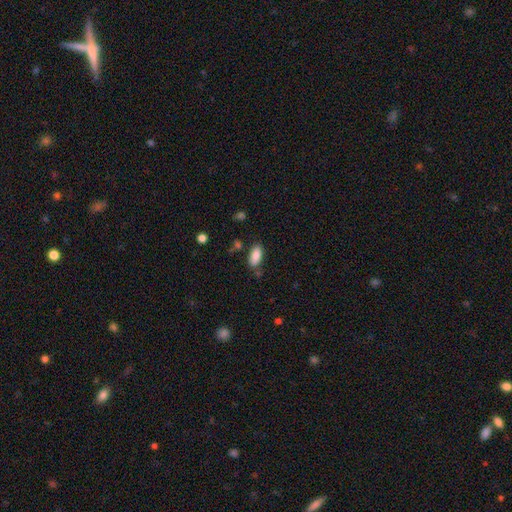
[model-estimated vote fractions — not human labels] A smooth galaxy with no disk features (86%) that is in between round and cigar-shaped (86%). Merging: none (78%).